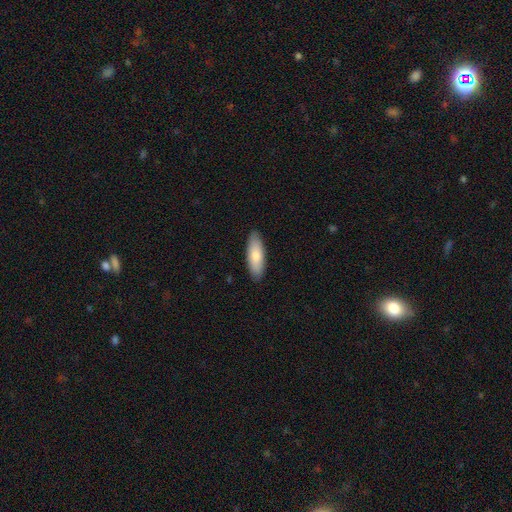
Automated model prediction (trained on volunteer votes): Smooth or featured?
  - smooth: 77% *
  - featured or disk: 17%
  - star or artifact: 5%
How rounded?
  - in between: 60% *
  - cigar-shaped: 38%
  - round: 2%
Merging?
  - none: 88% *
  - minor disturbance: 9%
  - major disturbance: 2%
  - merger: 1%